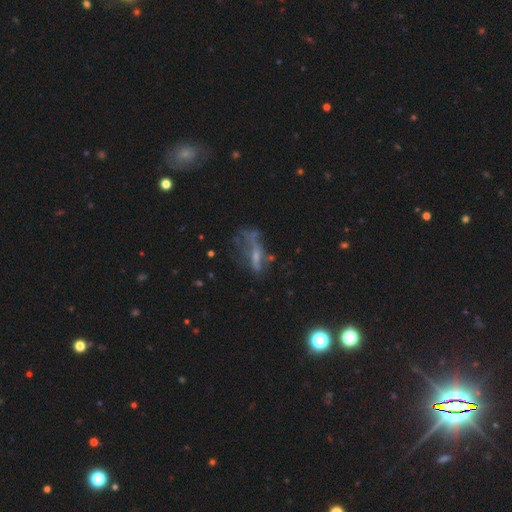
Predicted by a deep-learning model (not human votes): Smooth or featured? Predicted: featured or disk (p=0.50). Edge-on disk? Predicted: no (p=0.75). Merging? Predicted: major disturbance (p=0.37).